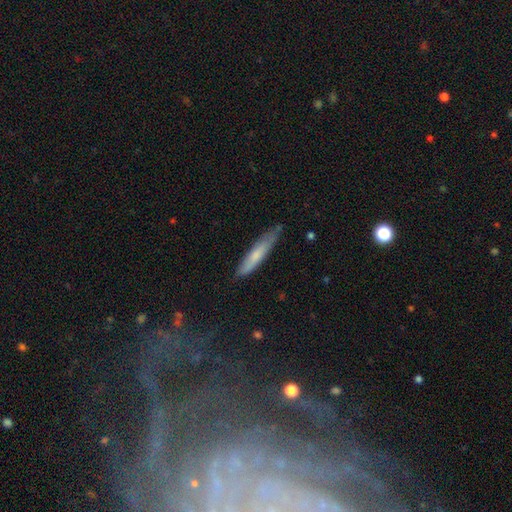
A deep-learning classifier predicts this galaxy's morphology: A smooth galaxy with no disk features (68%) that is cigar-shaped (90%).

Vote fractions:
- Smooth or featured? smooth: 68% / featured or disk: 27% / star or artifact: 6%
- How rounded? cigar-shaped: 90% / in between: 9% / round: 1%
- Merging? none: 76% / minor disturbance: 20% / major disturbance: 3% / merger: 2%